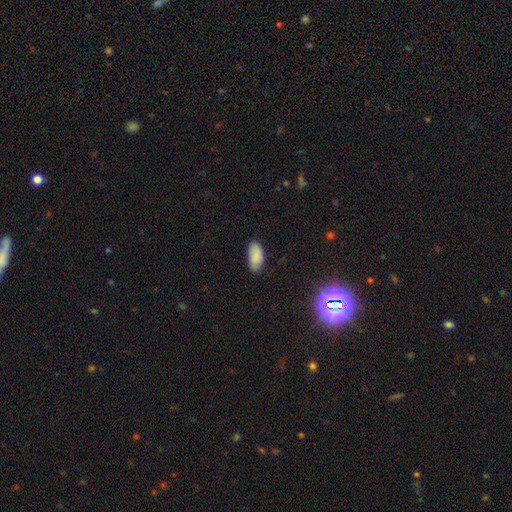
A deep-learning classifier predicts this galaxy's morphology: A smooth galaxy with no disk features (87%) that is in between round and cigar-shaped (94%). Merging: none (80%).